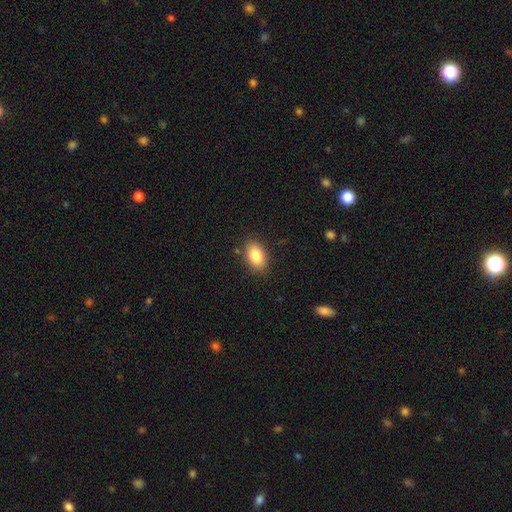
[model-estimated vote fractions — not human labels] smooth 84%, featured or disk 9%, star or artifact 8%. Down the decision tree: how rounded — in between (89%); merging — none (86%).